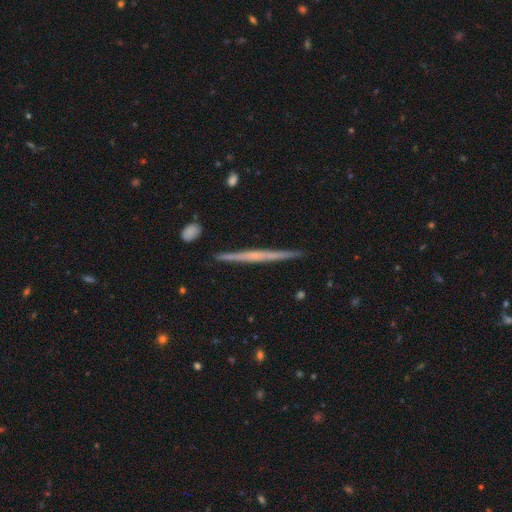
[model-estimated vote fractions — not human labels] This is likely a featured or disk galaxy (69%). It is clearly viewed edge-on (98%). Edge-on bulge: likely none (65%). Merging: clearly none (91%).